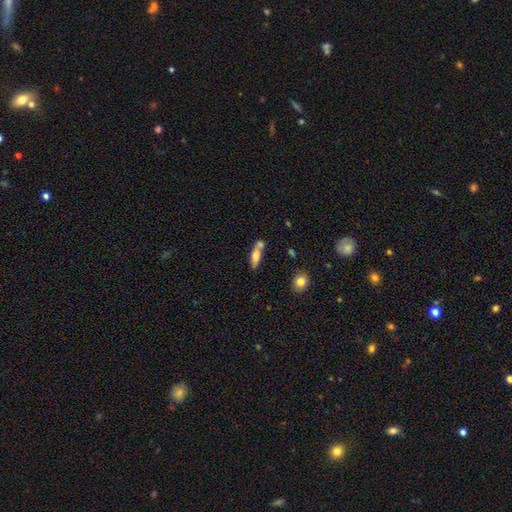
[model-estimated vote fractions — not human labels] This is likely a smooth galaxy (67%). How rounded: possibly in between (55%). Merging: marginally none (43%).